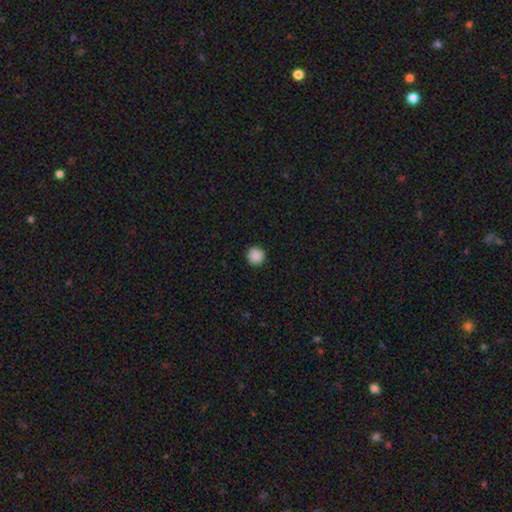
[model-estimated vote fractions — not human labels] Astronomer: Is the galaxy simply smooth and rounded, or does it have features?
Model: smooth — 89%.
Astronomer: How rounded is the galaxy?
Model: round — 96%.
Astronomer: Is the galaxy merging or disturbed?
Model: none — 93%.